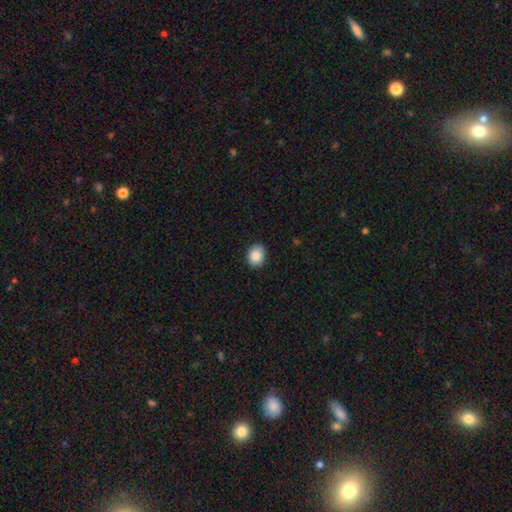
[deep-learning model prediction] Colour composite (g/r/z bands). It shows a smooth galaxy with no disk features (87%) that is round (53%). Merging: none (88%).